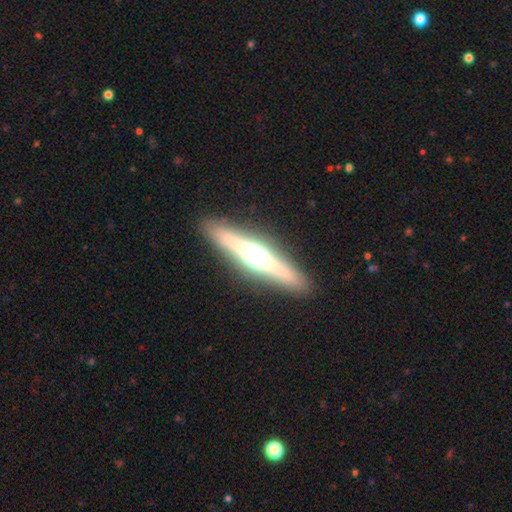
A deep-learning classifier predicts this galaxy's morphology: featured or disk 68%, smooth 25%, star or artifact 7%. Down the decision tree: edge-on disk — yes (96%); edge-on bulge — rounded (92%); merging — none (90%).